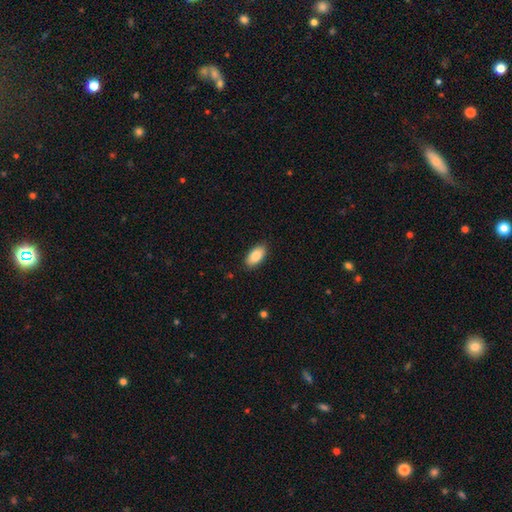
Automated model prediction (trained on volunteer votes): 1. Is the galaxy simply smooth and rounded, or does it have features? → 86% smooth, 8% featured or disk, 6% star or artifact.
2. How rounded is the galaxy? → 93% in between, 4% cigar-shaped, 3% round.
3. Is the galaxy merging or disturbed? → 87% none, 10% minor disturbance, 2% major disturbance, 1% merger.